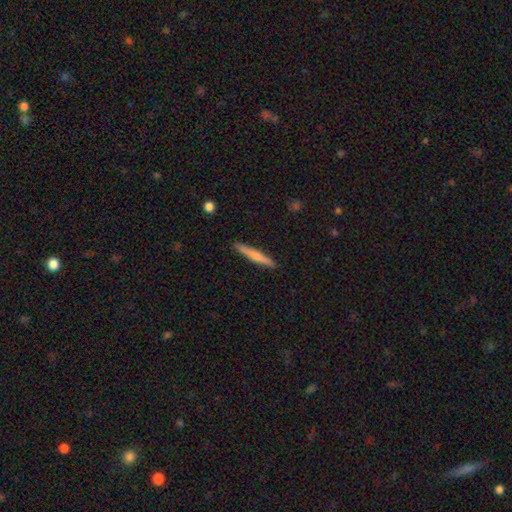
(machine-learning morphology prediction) Smooth or featured?
  - smooth: 63% *
  - featured or disk: 32%
  - star or artifact: 5%
How rounded?
  - cigar-shaped: 95% *
  - in between: 3%
  - round: 1%
Merging?
  - none: 91% *
  - minor disturbance: 7%
  - major disturbance: 1%
  - merger: 1%